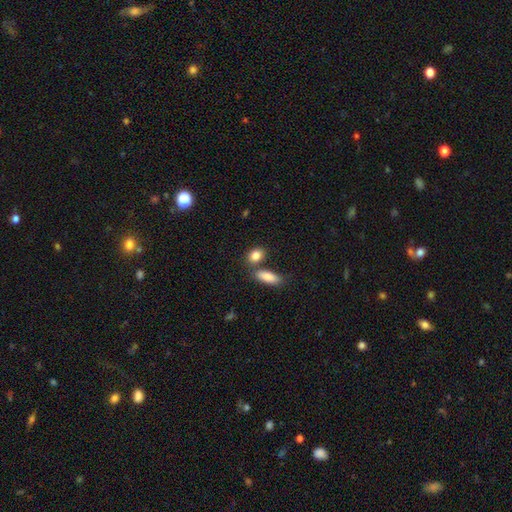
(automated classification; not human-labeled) This is clearly a smooth galaxy (85%). How rounded: likely in between (68%). Merging: likely none (62%).